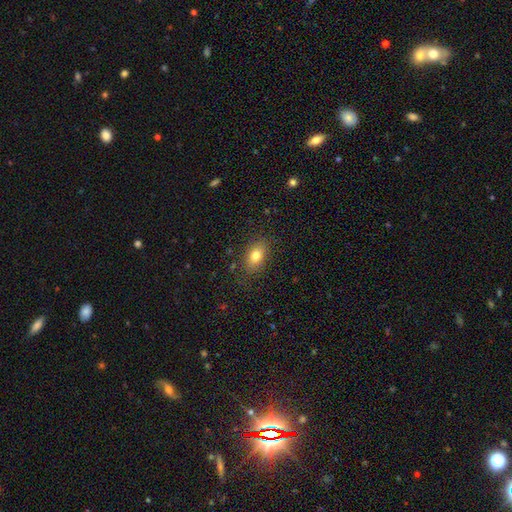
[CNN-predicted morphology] Smooth or featured? smooth (79%)
How rounded? in between (83%)
Merging? none (83%)